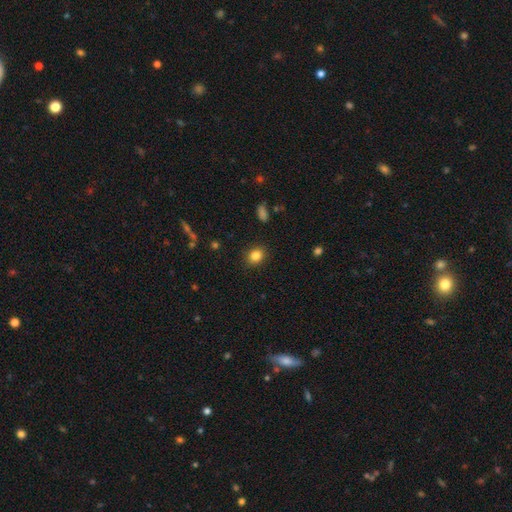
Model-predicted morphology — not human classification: smooth 84%, star or artifact 10%, featured or disk 6%. Down the decision tree: how rounded — round (57%); merging — none (89%).